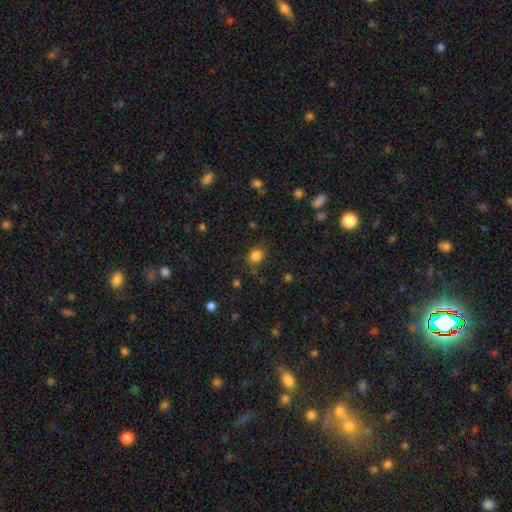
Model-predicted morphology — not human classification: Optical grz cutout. It shows a smooth galaxy with no disk features (83%) that is round (64%). Merging: none (76%).